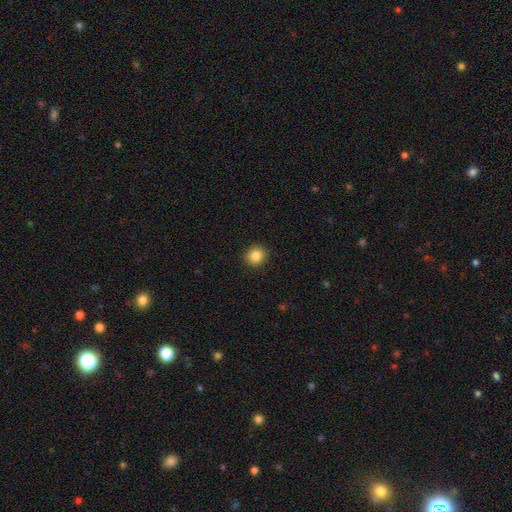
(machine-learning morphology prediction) Overall: smooth (86%). How rounded: round (89%). Merging: none (92%).